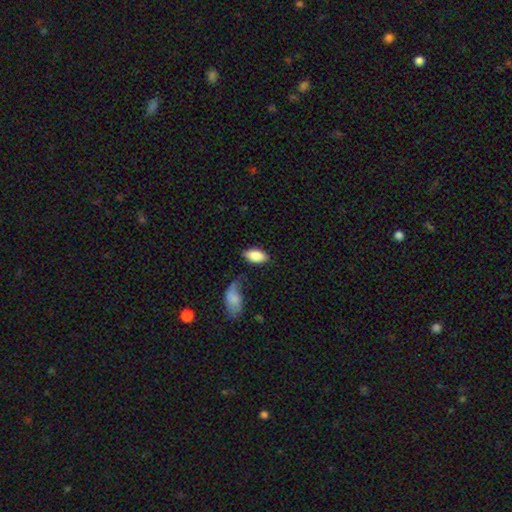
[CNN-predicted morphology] This is clearly a smooth galaxy (85%). How rounded: clearly in between (94%). Merging: likely none (68%).